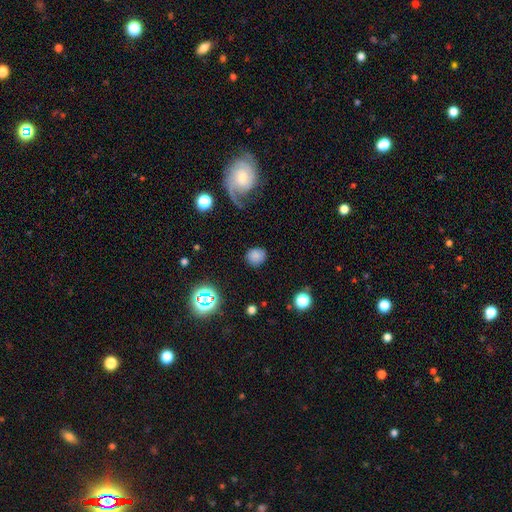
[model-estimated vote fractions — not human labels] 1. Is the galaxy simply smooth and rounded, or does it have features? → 77% smooth, 14% star or artifact, 9% featured or disk.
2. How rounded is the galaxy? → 81% round, 17% in between, 1% cigar-shaped.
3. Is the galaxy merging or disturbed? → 81% none, 12% minor disturbance, 5% major disturbance, 2% merger.